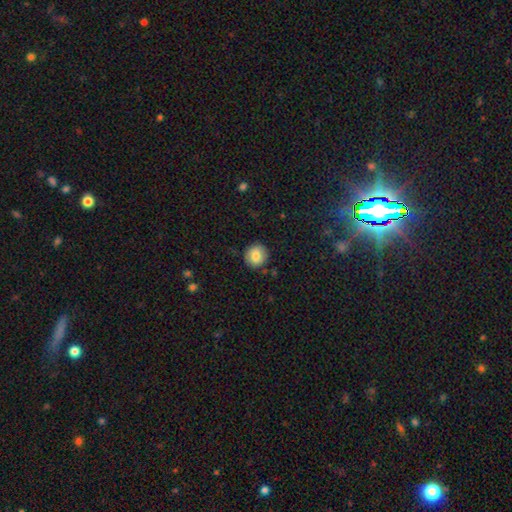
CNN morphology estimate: This appears to be a smooth galaxy with no disk features (81%) that is round (84%). Merging: none (88%).